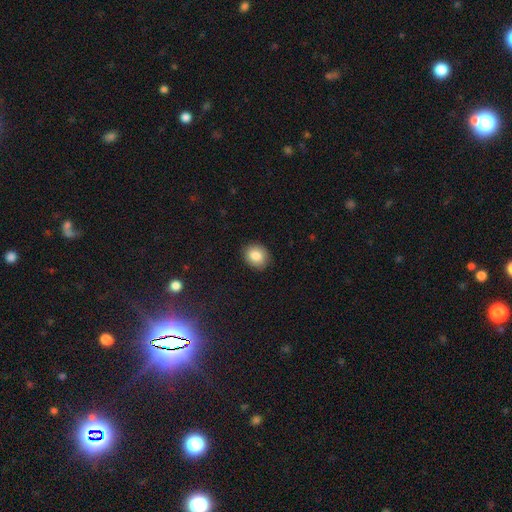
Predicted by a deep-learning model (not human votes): Smooth or featured?
  - smooth: 84% *
  - star or artifact: 8%
  - featured or disk: 7%
How rounded?
  - round: 63% *
  - in between: 36%
  - cigar-shaped: 1%
Merging?
  - none: 87% *
  - minor disturbance: 10%
  - major disturbance: 2%
  - merger: 1%